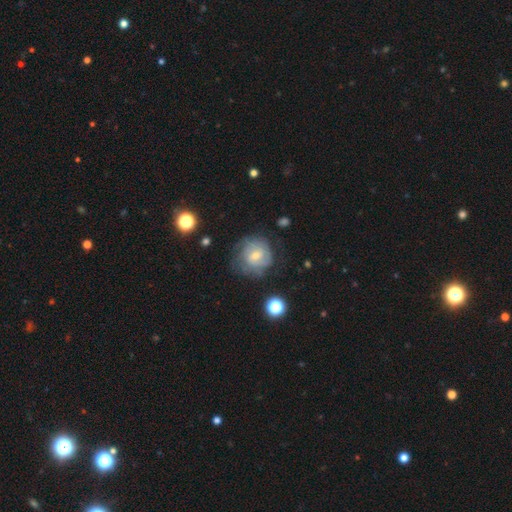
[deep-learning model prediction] Morphology: type=featured or disk (58%); edge-on=no (97%); bar=no (50%); spiral arms=yes (78%); bulge=small (58%); merging=none (61%).